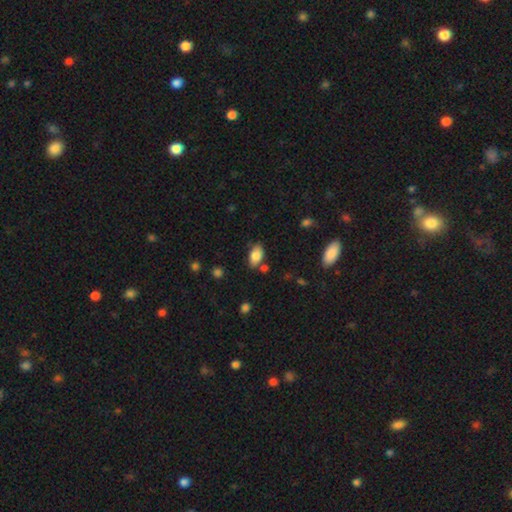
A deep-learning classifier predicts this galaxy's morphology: smooth_or_featured: smooth (p=0.83) [alt: featured or disk p=0.09]
how_rounded: in between (p=0.92) [alt: round p=0.05]
merging: none (p=0.74) [alt: minor disturbance p=0.16]